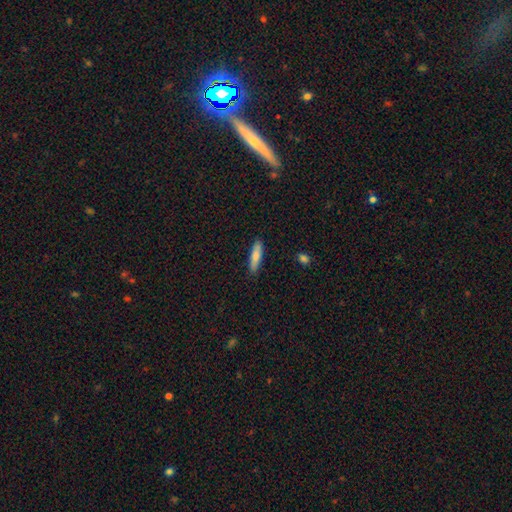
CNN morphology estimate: smooth_or_featured: smooth (p=0.81) [alt: featured or disk p=0.13]
how_rounded: cigar-shaped (p=0.73) [alt: in between p=0.25]
merging: none (p=0.88) [alt: minor disturbance p=0.09]